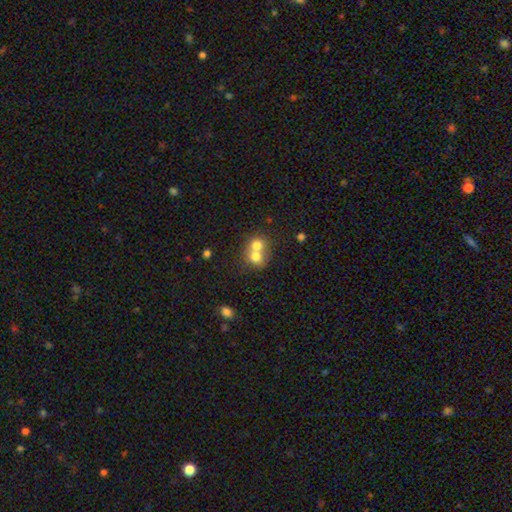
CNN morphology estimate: Smooth or featured? smooth (71%)
How rounded? round (73%)
Merging? merger (68%)